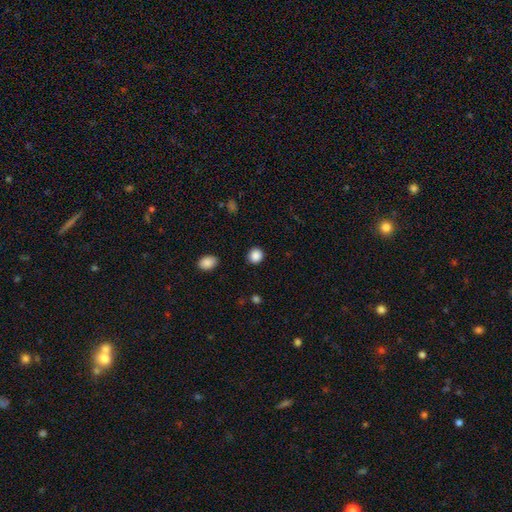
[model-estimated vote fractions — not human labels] Smooth or featured? Predicted: smooth (p=0.88). How rounded? Predicted: round (p=0.84). Merging? Predicted: none (p=0.89).